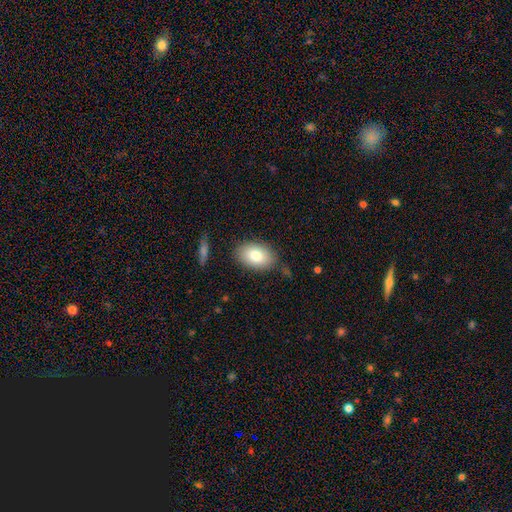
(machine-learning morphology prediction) Overall: smooth (81%). How rounded: in between (88%). Merging: none (81%).